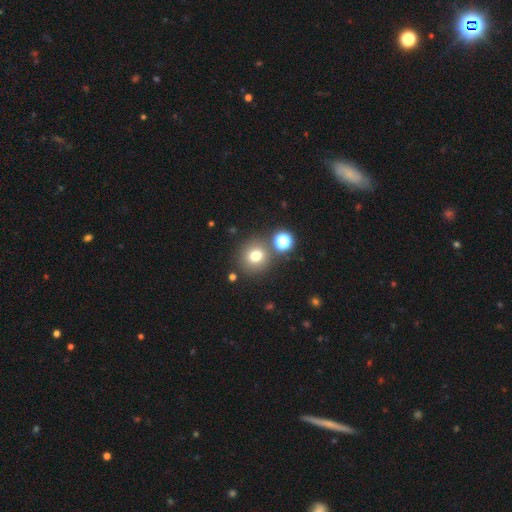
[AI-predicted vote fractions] Morphology: type=smooth (73%); roundness=round (91%); merging=none (80%).